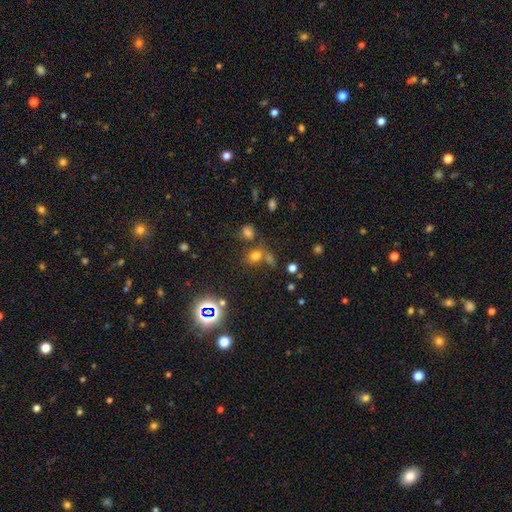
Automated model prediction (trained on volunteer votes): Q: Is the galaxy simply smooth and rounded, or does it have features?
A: smooth — 63%.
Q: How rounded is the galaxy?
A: in between — 50%.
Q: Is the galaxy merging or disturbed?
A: none — 56%.